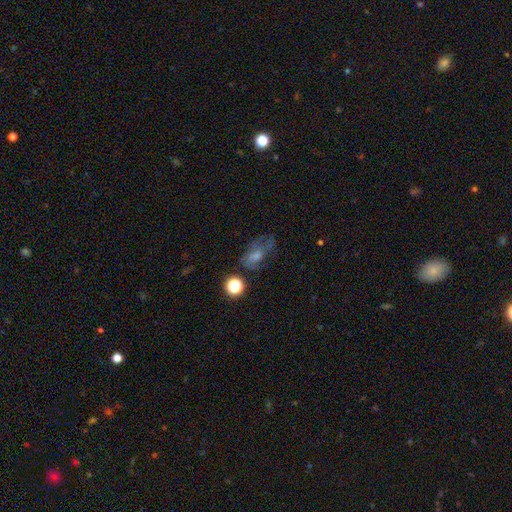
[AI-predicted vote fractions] A smooth galaxy with no disk features (48%).

Vote fractions:
- Smooth or featured? smooth: 48% / featured or disk: 35% / star or artifact: 17%
- Merging? none: 40% / major disturbance: 29% / minor disturbance: 25% / merger: 6%